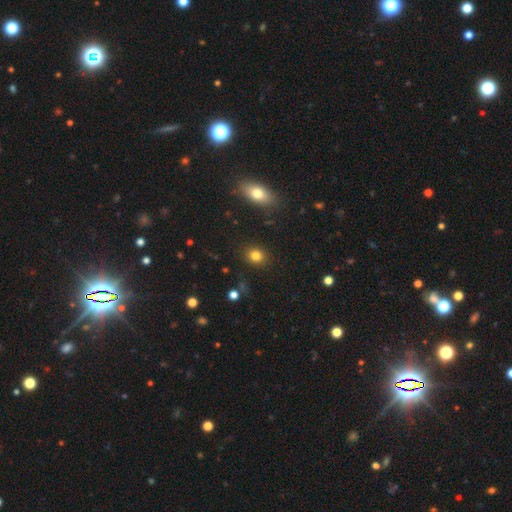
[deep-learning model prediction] Smooth or featured: smooth — 82% (star or artifact — 12%)
How rounded: round — 67% (in between — 32%)
Merging: none — 88% (minor disturbance — 8%)